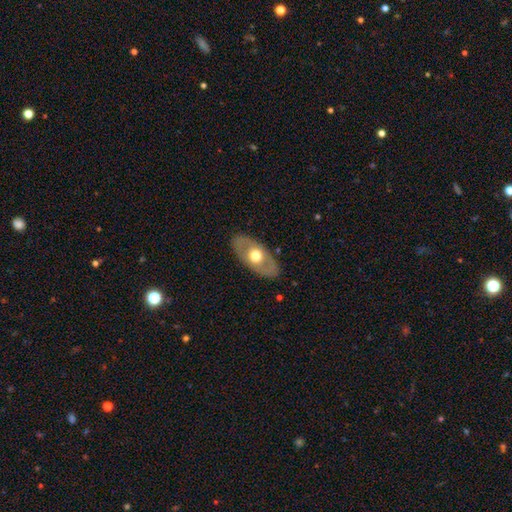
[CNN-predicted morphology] The model was most divided on "smooth or featured": featured or disk: 51%, smooth: 44%, star or artifact: 5%. More confident: merging — none (85%); edge-on disk — no (81%).